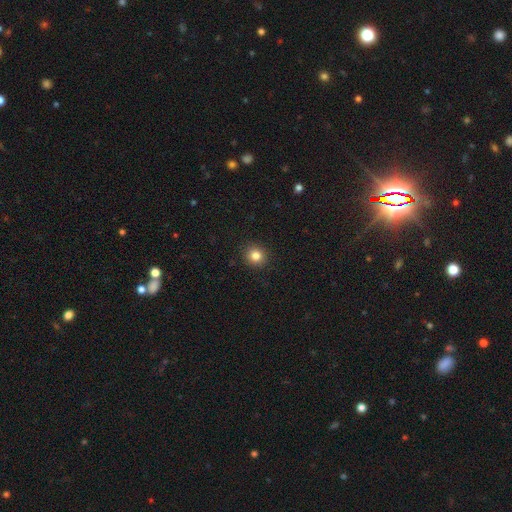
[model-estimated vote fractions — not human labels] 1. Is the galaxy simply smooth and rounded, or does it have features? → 83% smooth, 12% star or artifact, 6% featured or disk.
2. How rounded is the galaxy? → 89% round, 10% in between, 1% cigar-shaped.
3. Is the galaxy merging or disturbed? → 91% none, 6% minor disturbance, 2% major disturbance, 1% merger.